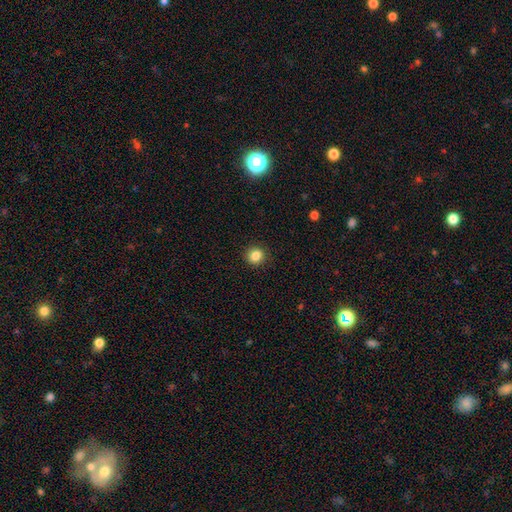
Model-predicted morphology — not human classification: The model was most divided on "smooth or featured": smooth: 85%, star or artifact: 11%, featured or disk: 4%. More confident: merging — none (92%); how rounded — round (89%).